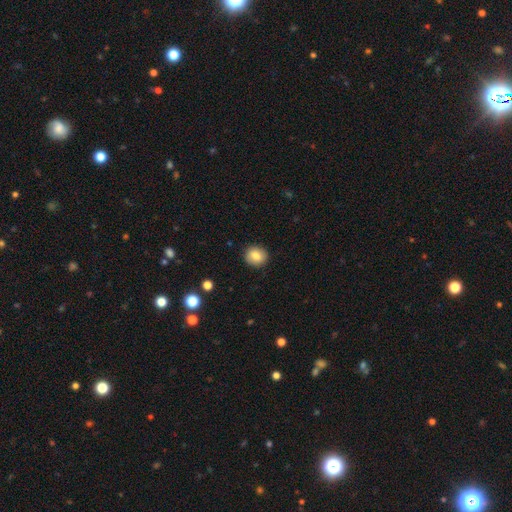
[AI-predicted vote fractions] smooth_or_featured: smooth (p=0.82) [alt: featured or disk p=0.09]
how_rounded: round (p=0.85) [alt: in between p=0.14]
merging: none (p=0.90) [alt: minor disturbance p=0.07]